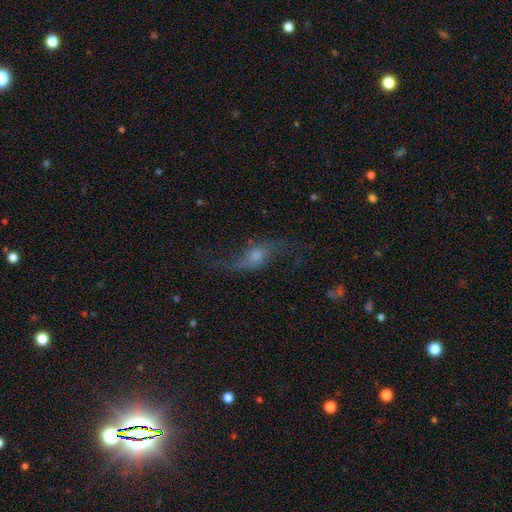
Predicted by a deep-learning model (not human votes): Smooth or featured: featured or disk — 73% (smooth — 17%)
Edge-on disk: no — 83% (yes — 17%)
Bar: no — 61% (weak — 31%)
Spiral arms: yes — 90% (no — 10%)
Spiral winding: loose — 90% (medium — 8%)
Spiral arm count: 2 — 91% (1 — 3%)
Bulge size: moderate — 48% (small — 33%)
Merging: none — 63% (major disturbance — 18%)